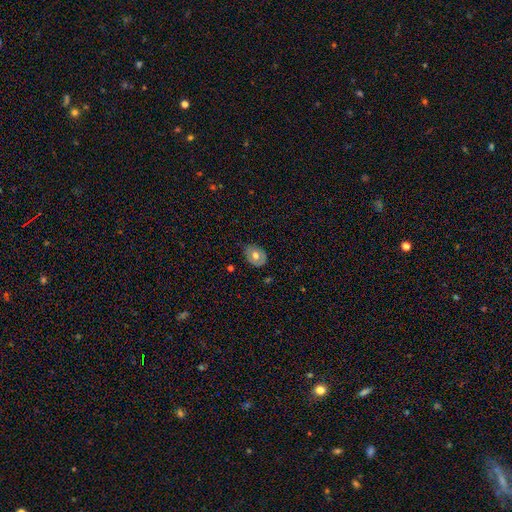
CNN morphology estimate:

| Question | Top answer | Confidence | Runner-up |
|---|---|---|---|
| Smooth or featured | smooth | 55% | featured or disk (38%) |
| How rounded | in between | 59% | round (40%) |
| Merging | none | 75% | minor disturbance (20%) |